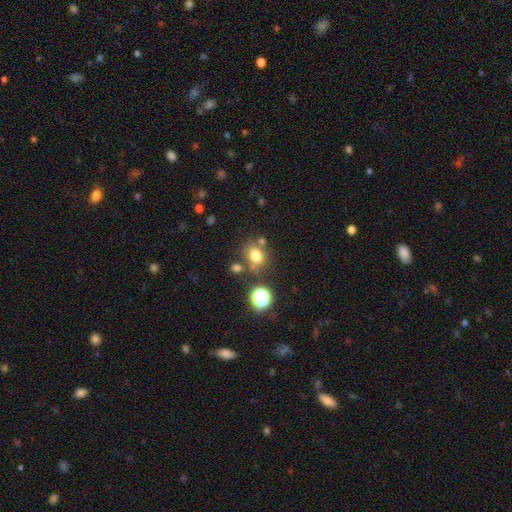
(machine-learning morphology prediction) A smooth galaxy with no disk features (74%) that is in between round and cigar-shaped (50%).

Vote fractions:
- Smooth or featured? smooth: 74% / star or artifact: 17% / featured or disk: 10%
- How rounded? in between: 50% / round: 49% / cigar-shaped: 1%
- Merging? none: 68% / minor disturbance: 14% / merger: 13% / major disturbance: 5%